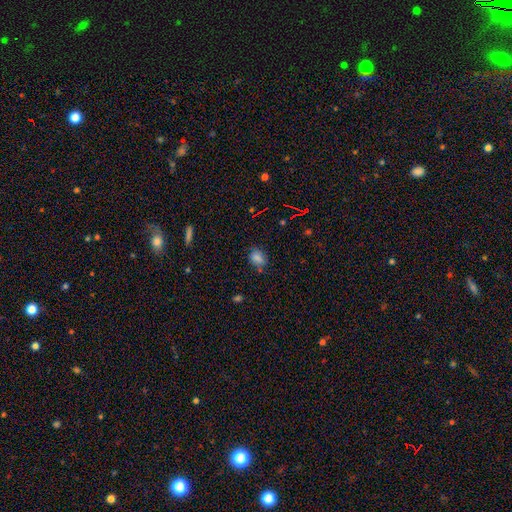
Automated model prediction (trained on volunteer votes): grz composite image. It shows a smooth galaxy with no disk features (74%) that is in between round and cigar-shaped (60%). Merging: none (74%).